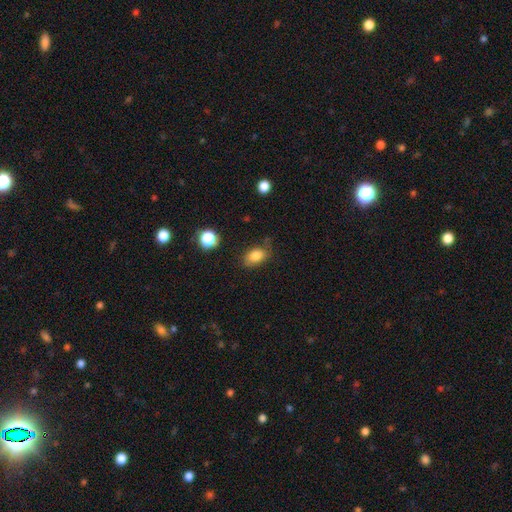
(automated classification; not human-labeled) This is clearly a smooth galaxy (83%). How rounded: clearly in between (83%). Merging: likely none (70%).